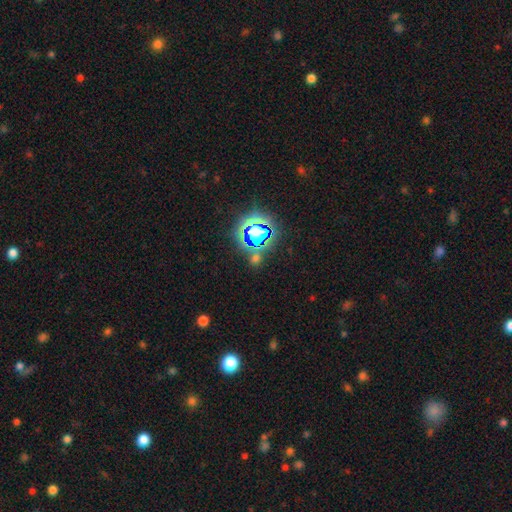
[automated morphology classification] Smooth or featured: star or artifact — 68% (smooth — 23%)